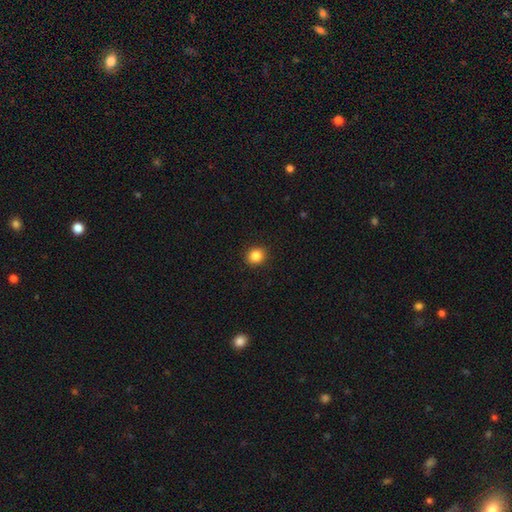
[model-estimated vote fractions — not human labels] smooth 85%, star or artifact 10%, featured or disk 4%. Down the decision tree: how rounded — round (86%); merging — none (92%).